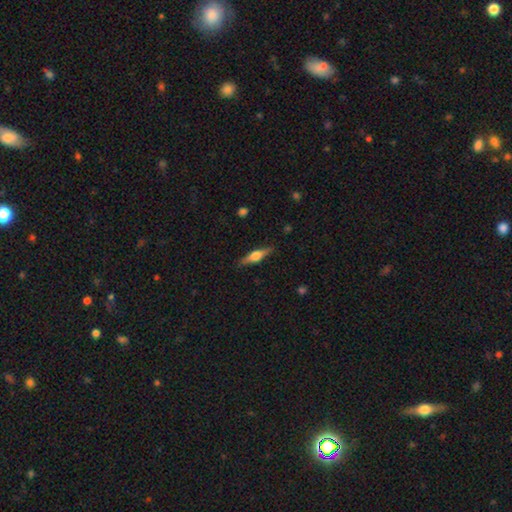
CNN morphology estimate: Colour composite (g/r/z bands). It shows a featured or disk galaxy (53%) viewed edge-on (95%) with a rounded central bulge (89%). Merging: none (88%).